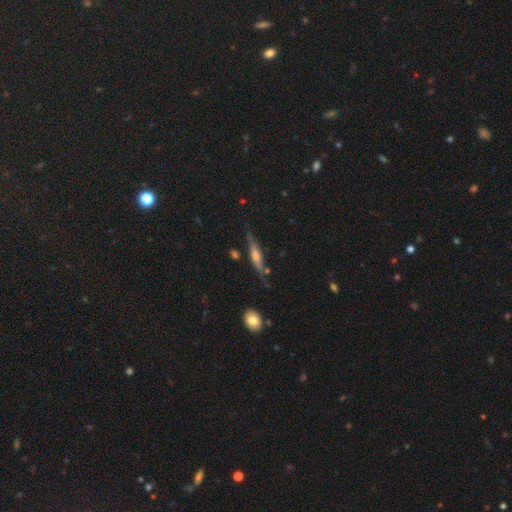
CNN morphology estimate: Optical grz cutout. It shows a featured or disk galaxy (59%) viewed edge-on (91%) with a rounded central bulge (65%). Merging: none (73%).